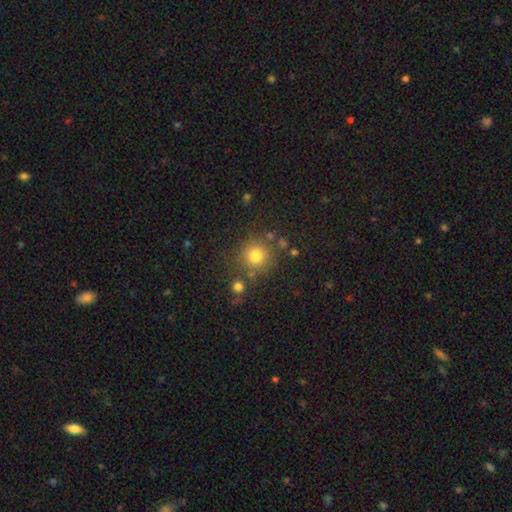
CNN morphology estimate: Smooth or featured?
  - smooth: 78% *
  - star or artifact: 15%
  - featured or disk: 7%
How rounded?
  - round: 94% *
  - in between: 6%
  - cigar-shaped: 1%
Merging?
  - none: 79% *
  - minor disturbance: 9%
  - merger: 8%
  - major disturbance: 4%